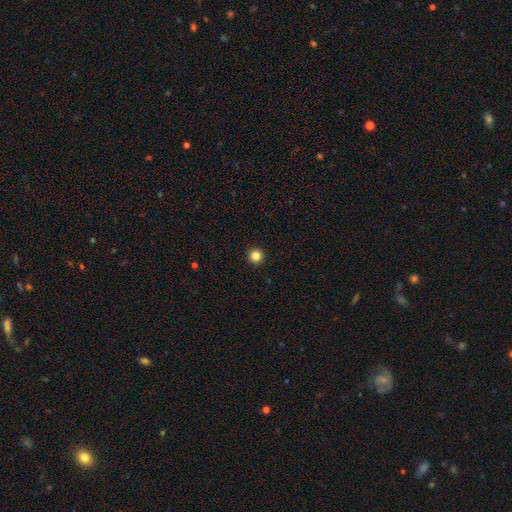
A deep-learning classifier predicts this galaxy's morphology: Overall: smooth (84%). How rounded: round (97%). Merging: none (94%).